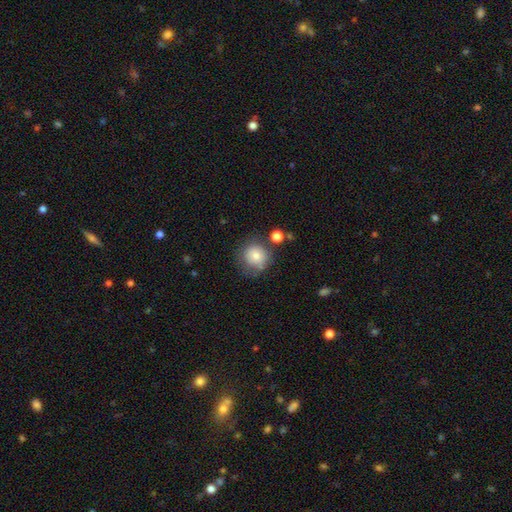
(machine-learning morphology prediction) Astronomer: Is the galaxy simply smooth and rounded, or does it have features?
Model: smooth — 77%.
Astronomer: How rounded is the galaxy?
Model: round — 89%.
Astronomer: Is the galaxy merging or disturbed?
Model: none — 69%.